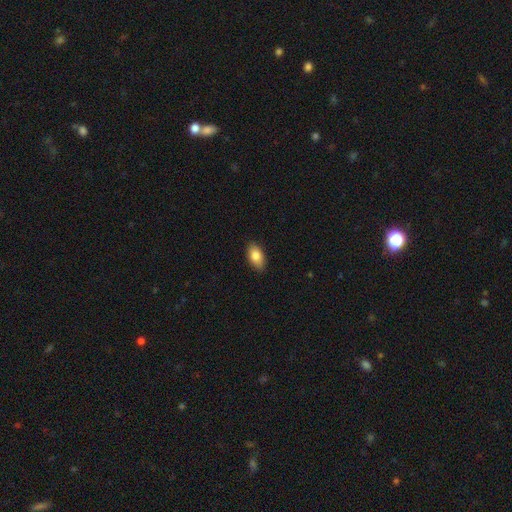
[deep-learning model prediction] smooth 82%, featured or disk 11%, star or artifact 7%. Down the decision tree: how rounded — in between (92%); merging — none (87%).